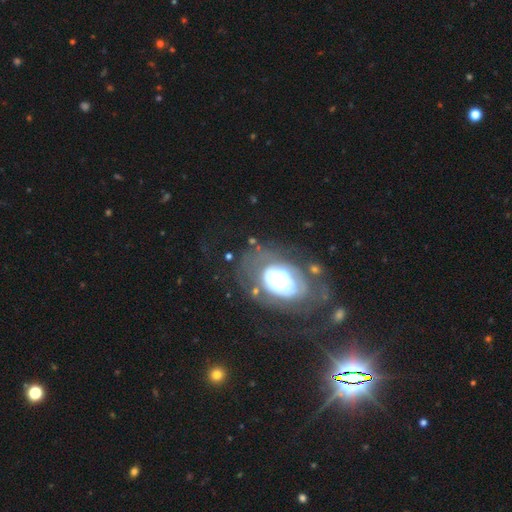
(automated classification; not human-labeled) Q: Smooth or featured?
A: featured or disk (58%); runner-up: smooth (22%)
Q: Edge-on disk?
A: no (93%); runner-up: yes (7%)
Q: Bar?
A: no (76%); runner-up: weak (17%)
Q: Spiral arms?
A: yes (61%); runner-up: no (39%)
Q: Bulge size?
A: large (40%); runner-up: moderate (37%)
Q: Merging?
A: none (71%); runner-up: minor disturbance (15%)